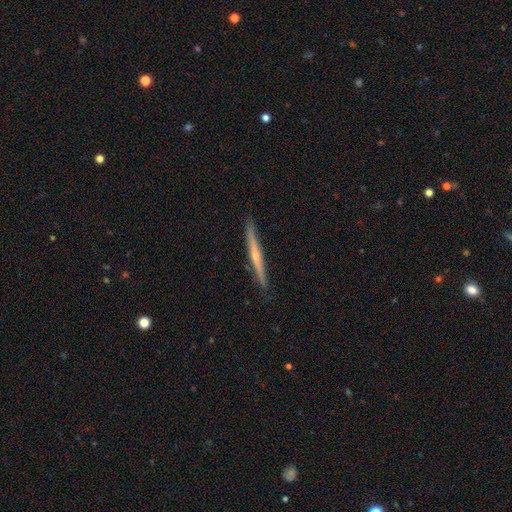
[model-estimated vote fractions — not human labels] A featured or disk galaxy (67%) viewed edge-on (97%) with a rounded central bulge (62%).

Vote fractions:
- Smooth or featured? featured or disk: 67% / smooth: 27% / star or artifact: 6%
- Edge-on disk? yes: 97% / no: 3%
- Edge-on bulge? rounded: 62% / none: 35% / boxy: 4%
- Merging? none: 90% / minor disturbance: 7% / major disturbance: 1% / merger: 1%